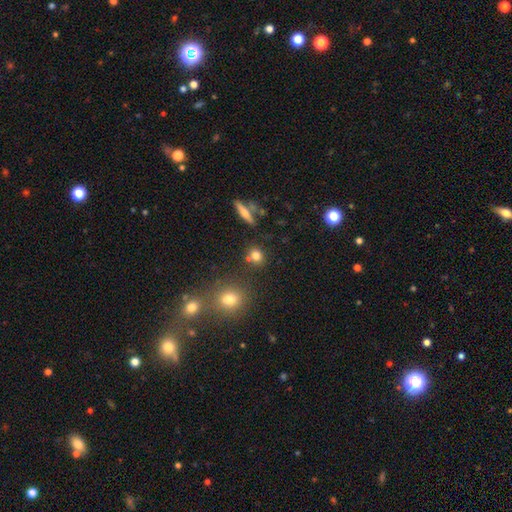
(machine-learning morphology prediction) smooth 76%, star or artifact 14%, featured or disk 10%. Down the decision tree: how rounded — round (74%); merging — none (73%).